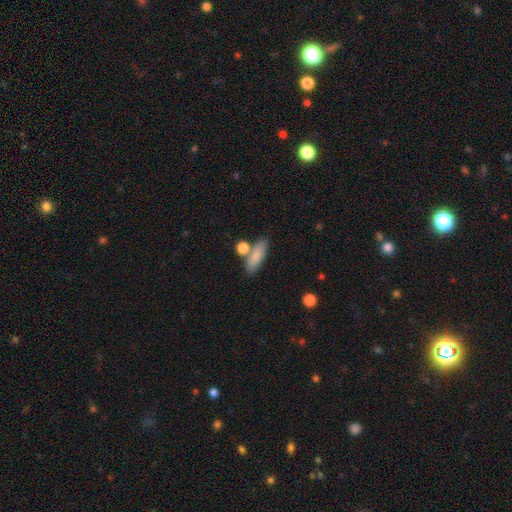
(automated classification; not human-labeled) The model was most divided on "how rounded": in between: 58%, cigar-shaped: 35%, round: 6%. More confident: smooth or featured — smooth (82%); merging — none (64%).